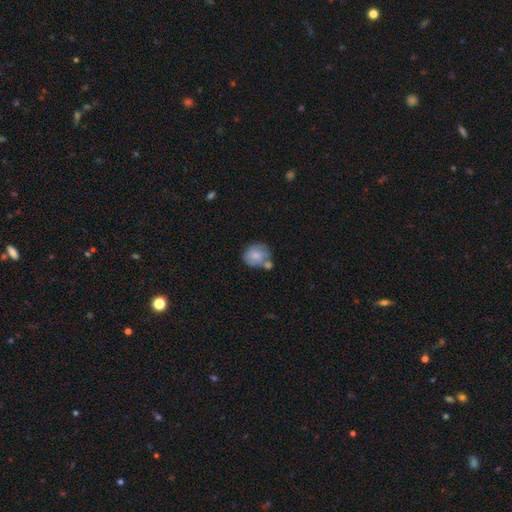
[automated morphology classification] Smooth or featured: smooth — 70% (featured or disk — 23%)
How rounded: round — 70% (in between — 29%)
Merging: none — 41% (merger — 31%)